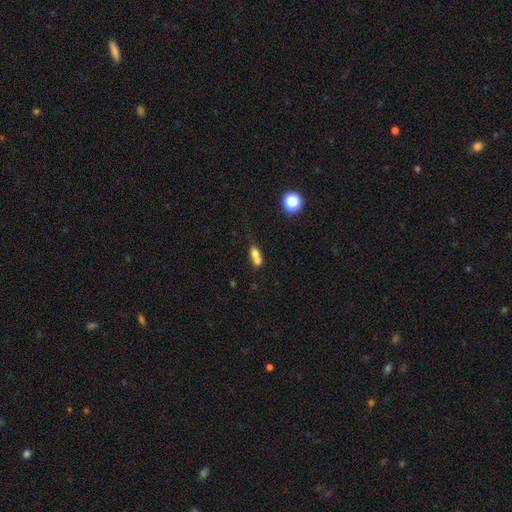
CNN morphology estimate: smooth 69%, featured or disk 19%, star or artifact 13%. Down the decision tree: how rounded — in between (58%); merging — merger (64%).